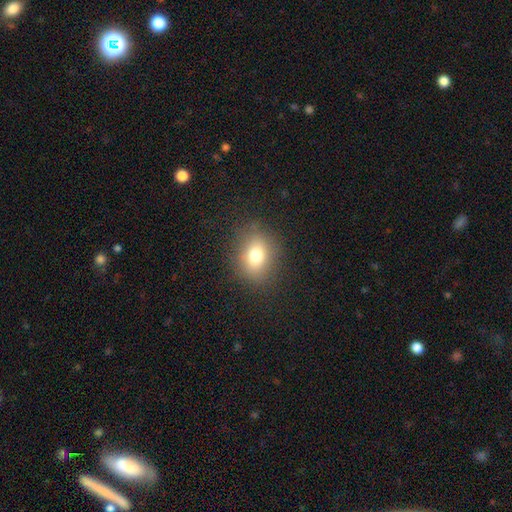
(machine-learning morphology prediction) smooth-or-featured: smooth: 75% | star or artifact: 13% | featured or disk: 12%
  how-rounded: in between: 49% (tied) | round: 49% (tied) | cigar-shaped: 1%
  merging: none: 83% | minor disturbance: 11% | major disturbance: 5% | merger: 1%